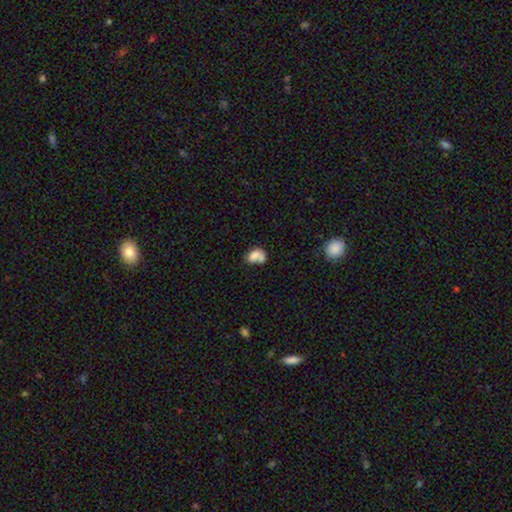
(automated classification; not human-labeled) This appears to be a smooth galaxy with no disk features (71%) that is in between round and cigar-shaped (75%). Merging: merger (43%).